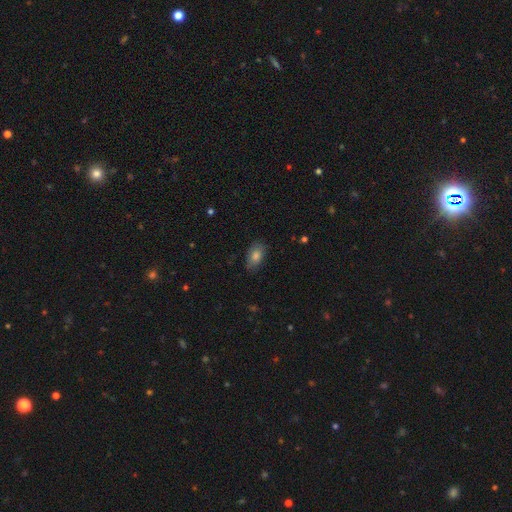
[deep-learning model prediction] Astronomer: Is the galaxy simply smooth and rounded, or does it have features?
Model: smooth — 77%.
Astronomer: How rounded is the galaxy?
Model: in between — 89%.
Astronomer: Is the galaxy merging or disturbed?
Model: none — 82%.